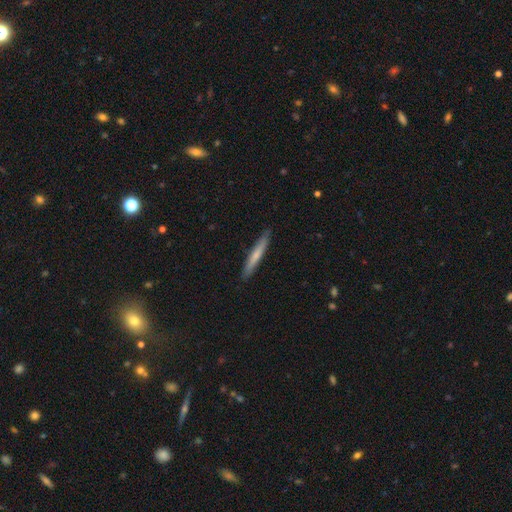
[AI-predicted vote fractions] Q: Smooth or featured?
A: smooth (66%); runner-up: featured or disk (29%)
Q: How rounded?
A: cigar-shaped (95%); runner-up: in between (4%)
Q: Merging?
A: none (89%); runner-up: minor disturbance (8%)